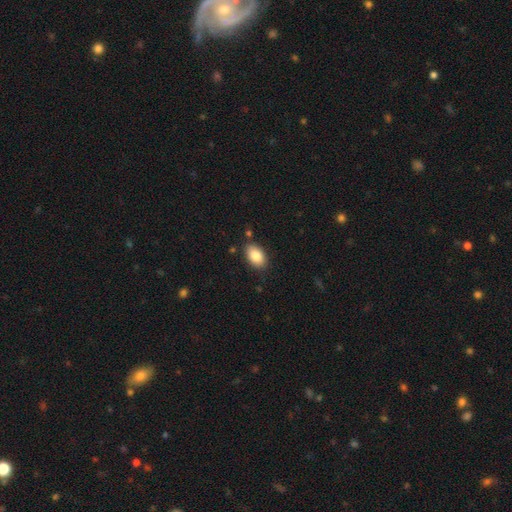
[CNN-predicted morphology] A smooth galaxy with no disk features (85%) that is in between round and cigar-shaped (91%).

Vote fractions:
- Smooth or featured? smooth: 85% / featured or disk: 8% / star or artifact: 7%
- How rounded? in between: 91% / round: 8% / cigar-shaped: 1%
- Merging? none: 84% / minor disturbance: 11% / merger: 3% / major disturbance: 2%